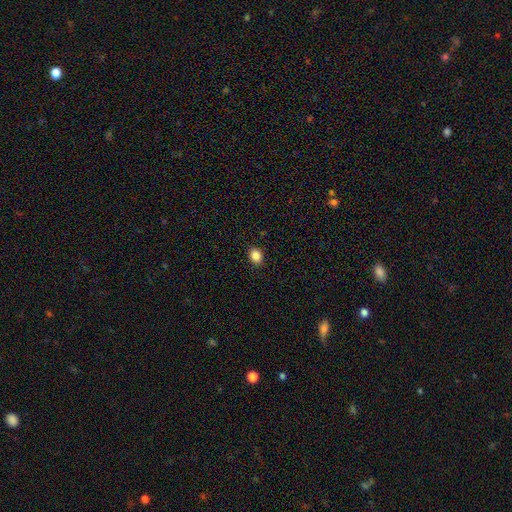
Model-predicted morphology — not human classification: Smooth or featured? smooth (86%)
How rounded? round (54%)
Merging? none (90%)